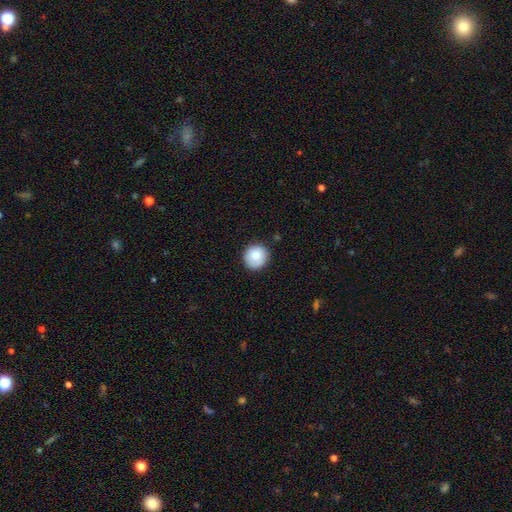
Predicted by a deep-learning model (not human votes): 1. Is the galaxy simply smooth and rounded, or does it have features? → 84% smooth, 8% featured or disk, 8% star or artifact.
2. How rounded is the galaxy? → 88% round, 12% in between, 1% cigar-shaped.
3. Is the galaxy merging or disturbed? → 84% none, 13% minor disturbance, 2% major disturbance, 1% merger.